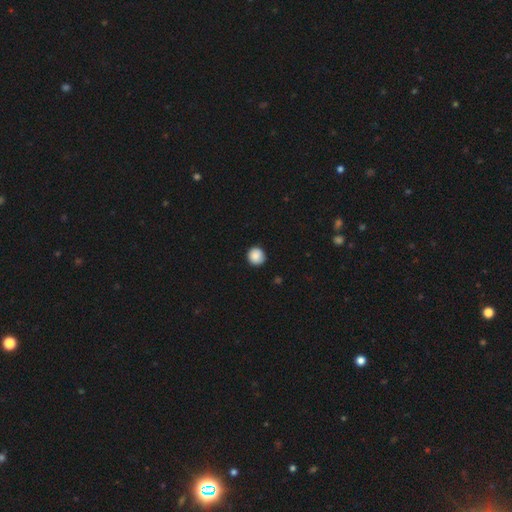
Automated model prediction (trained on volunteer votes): A smooth galaxy with no disk features (88%) that is round (93%). Merging: none (90%).